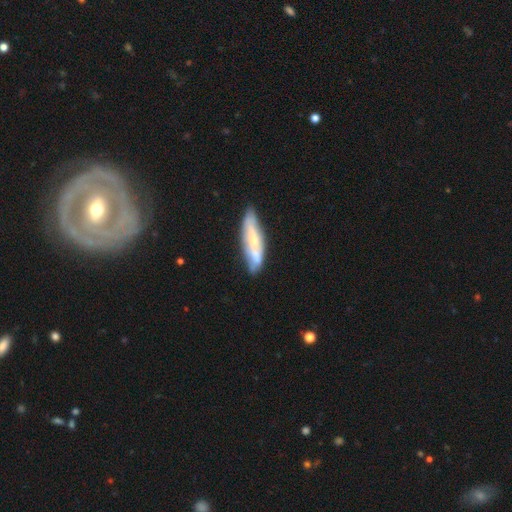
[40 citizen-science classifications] A featured or disk galaxy (50%) with no bar (75%), no spiral arms (92%) and a moderate central bulge (25%, tied with small).

Vote fractions:
- Smooth or featured? featured or disk: 50% / smooth: 45% / star or artifact: 5%
- Edge-on disk? no: 60% / yes: 40%
- Bar? no: 75% / strong: 25% / weak: 0%
- Spiral arms? no: 92% / yes: 8%
- Bulge size? moderate: 25% (tied) / small: 25% (tied) / dominant: 17% / large: 17% / none: 17%
- Merging? none: 53% / minor disturbance: 26% / merger: 16% / major disturbance: 5%